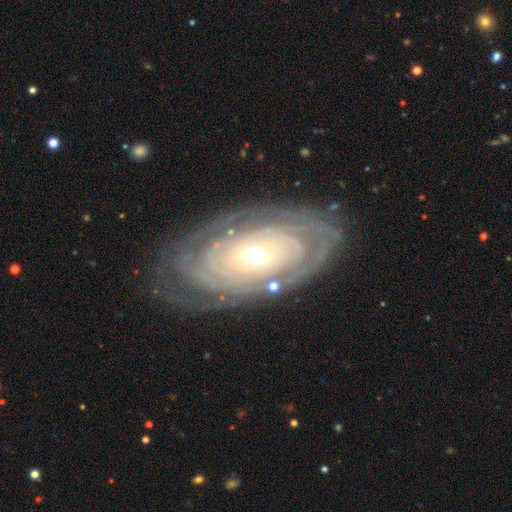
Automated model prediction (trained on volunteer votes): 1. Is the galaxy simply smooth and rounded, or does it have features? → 86% featured or disk, 9% smooth, 5% star or artifact.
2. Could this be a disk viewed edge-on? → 93% no, 7% yes.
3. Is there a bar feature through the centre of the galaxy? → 60% no, 27% weak, 13% strong.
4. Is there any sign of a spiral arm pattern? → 92% yes, 8% no.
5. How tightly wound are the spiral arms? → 86% tight, 11% medium, 3% loose.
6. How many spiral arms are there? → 45% can't tell, 13% 4, 12% 2, 12% more than 4, 12% 3, 6% 1.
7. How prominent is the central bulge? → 59% moderate, 33% small, 6% large, 1% dominant, 1% none.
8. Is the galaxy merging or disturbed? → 78% none, 15% minor disturbance, 5% major disturbance, 2% merger.